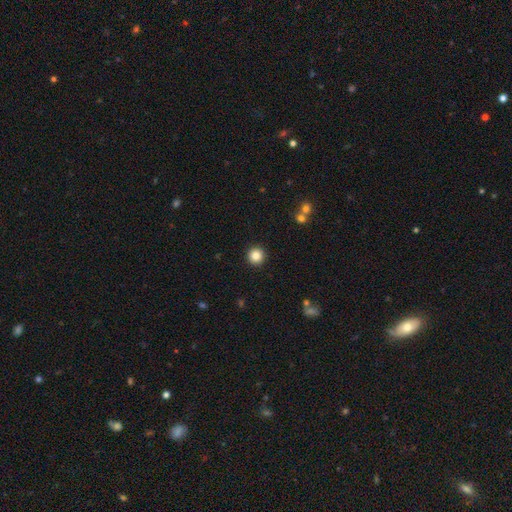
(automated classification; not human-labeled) Morphology: type=smooth (85%); roundness=round (96%); merging=none (93%).